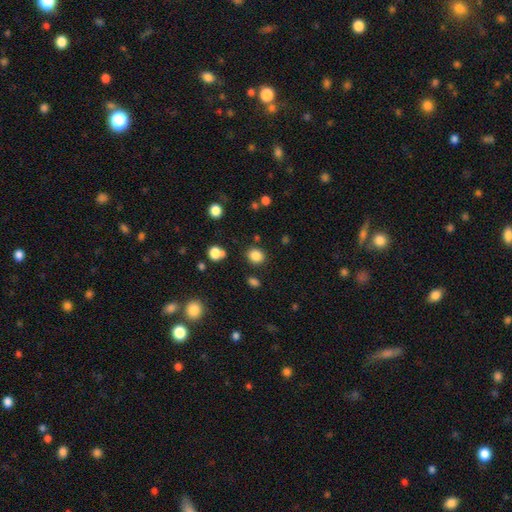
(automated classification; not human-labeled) Smooth or featured? Predicted: smooth (p=0.84). How rounded? Predicted: round (p=0.74). Merging? Predicted: none (p=0.84).